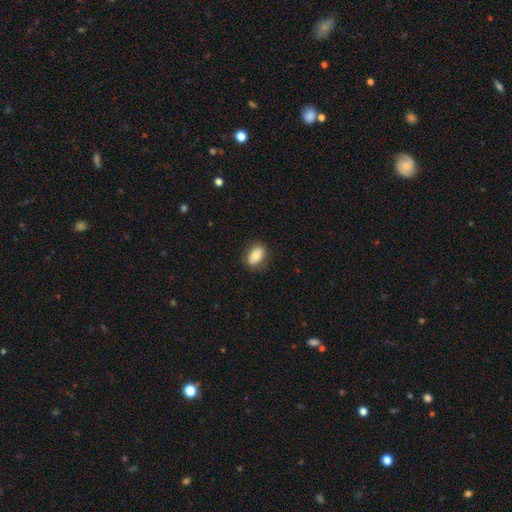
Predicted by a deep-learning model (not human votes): A smooth galaxy with no disk features (77%) that is in between round and cigar-shaped (82%). Merging: none (82%).